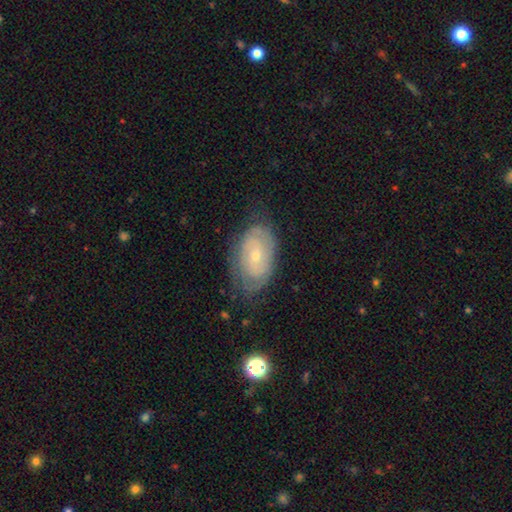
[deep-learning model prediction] Smooth or featured: featured or disk — 66% (smooth — 27%)
Edge-on disk: no — 94% (yes — 6%)
Bar: no — 72% (weak — 23%)
Spiral arms: yes — 75% (no — 25%)
Bulge size: small — 61% (moderate — 36%)
Merging: none — 67% (minor disturbance — 23%)